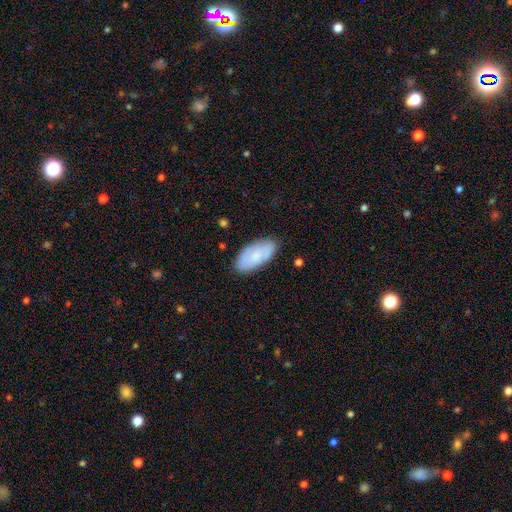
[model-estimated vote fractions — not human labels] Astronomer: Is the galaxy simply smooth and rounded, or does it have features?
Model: smooth — 73%.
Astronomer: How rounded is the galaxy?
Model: in between — 93%.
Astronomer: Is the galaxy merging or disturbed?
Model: none — 82%.